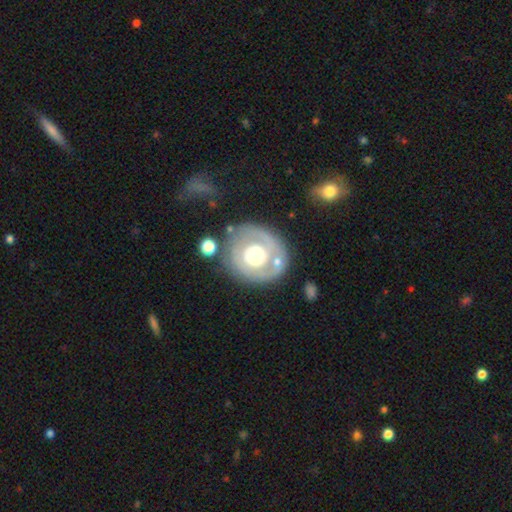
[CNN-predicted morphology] featured or disk 61%, smooth 33%, star or artifact 6%. Down the decision tree: edge-on disk — no (97%); bar — no (85%); spiral arms — no (60%); bulge size — moderate (49%); merging — none (65%).